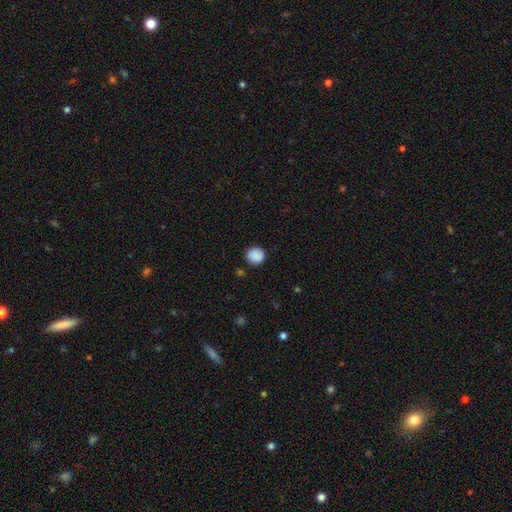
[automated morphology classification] smooth-or-featured: smooth: 89% | star or artifact: 8% | featured or disk: 3%
  how-rounded: round: 87% | in between: 12% | cigar-shaped: 1%
  merging: none: 87% | minor disturbance: 9% | major disturbance: 2% | merger: 2%